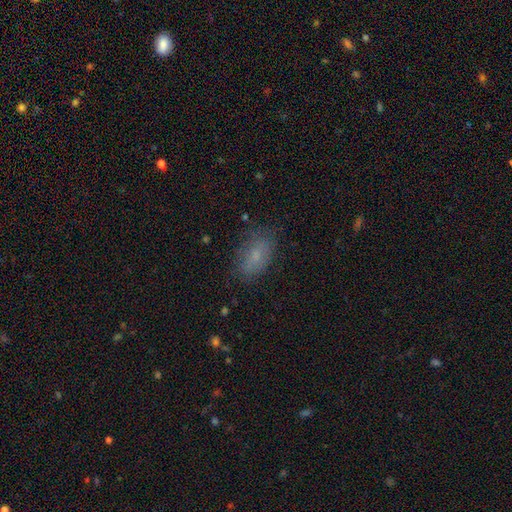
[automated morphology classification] Q: Smooth or featured?
A: smooth (72%); runner-up: featured or disk (16%)
Q: How rounded?
A: in between (89%); runner-up: round (7%)
Q: Merging?
A: none (74%); runner-up: minor disturbance (18%)